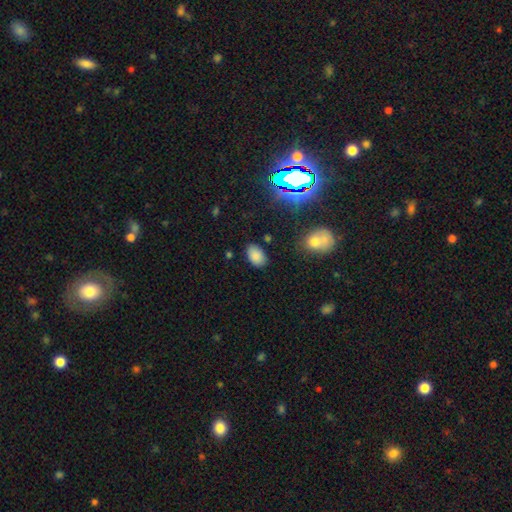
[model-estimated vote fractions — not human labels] smooth_or_featured: smooth (p=0.82) [alt: star or artifact p=0.12]
how_rounded: in between (p=0.89) [alt: round p=0.10]
merging: none (p=0.82) [alt: minor disturbance p=0.13]